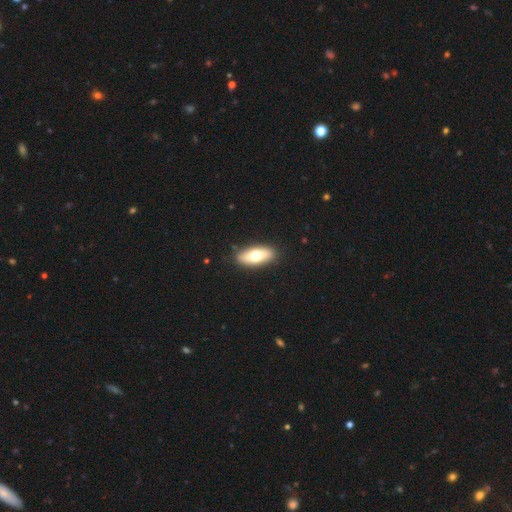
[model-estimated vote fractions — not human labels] The model was most divided on "smooth or featured": smooth: 66%, featured or disk: 28%, star or artifact: 6%. More confident: merging — none (89%); how rounded — in between (81%).